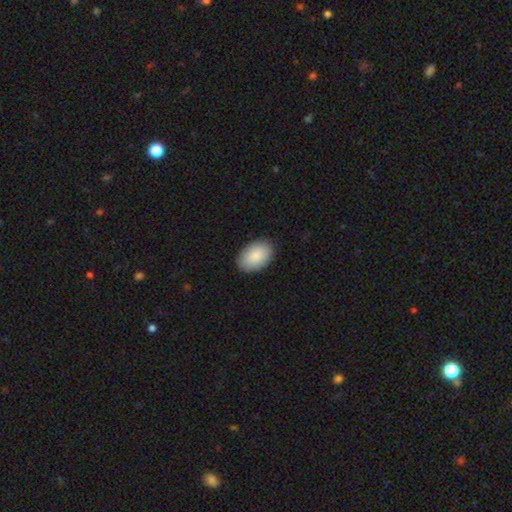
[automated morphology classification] A smooth galaxy with no disk features (89%) that is in between round and cigar-shaped (92%). Merging: none (88%).